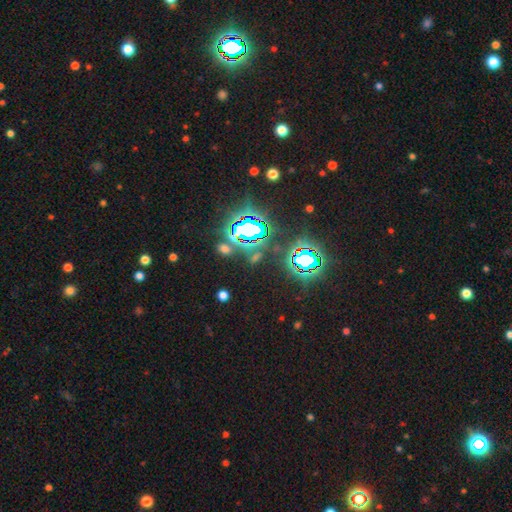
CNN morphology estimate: Smooth or featured?
  - star or artifact: 74% *
  - smooth: 17%
  - featured or disk: 8%